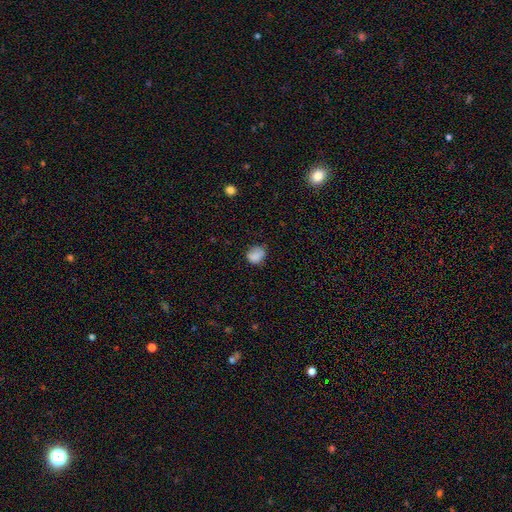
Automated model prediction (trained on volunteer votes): This appears to be a smooth galaxy with no disk features (84%) that is round (54%). Merging: none (64%).